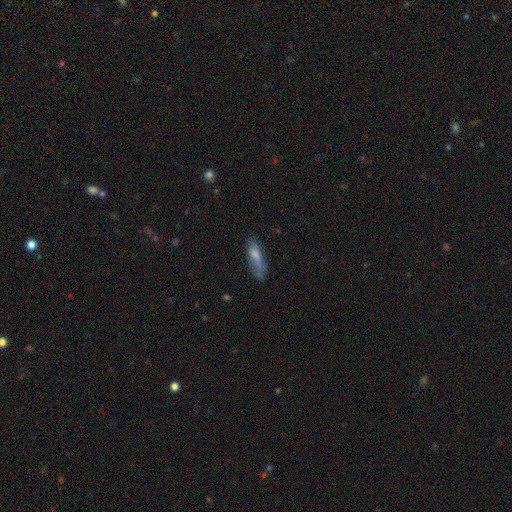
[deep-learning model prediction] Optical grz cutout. It shows a smooth galaxy with no disk features (70%) that is cigar-shaped (57%). Merging: none (58%).